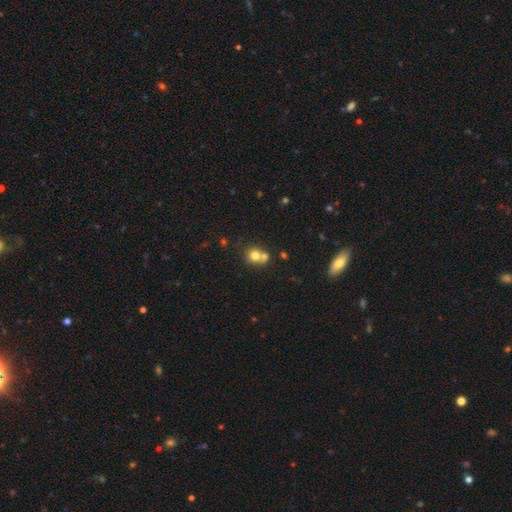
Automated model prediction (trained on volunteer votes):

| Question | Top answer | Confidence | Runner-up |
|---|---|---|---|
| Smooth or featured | smooth | 73% | featured or disk (15%) |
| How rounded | round | 78% | in between (21%) |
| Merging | merger | 49% | none (39%) |